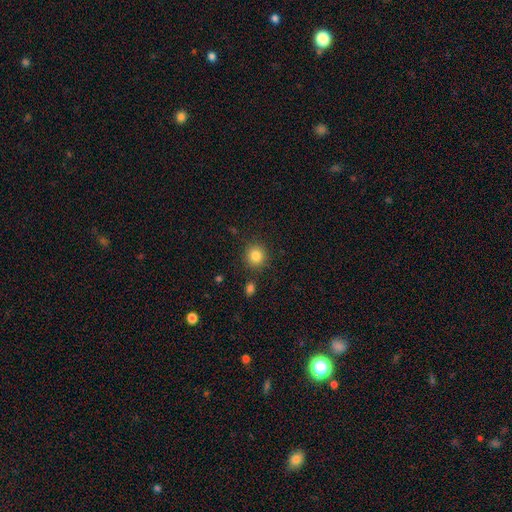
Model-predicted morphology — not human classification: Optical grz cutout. It shows a smooth galaxy with no disk features (84%) that is round (89%). Merging: none (86%).